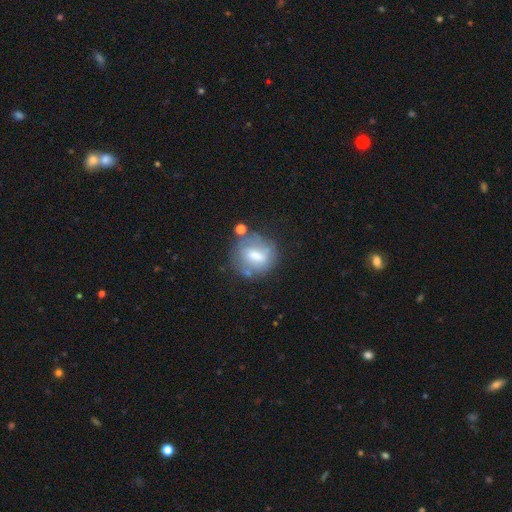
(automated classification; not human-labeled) Morphology: type=smooth (50%); roundness=round (67%); merging=none (55%).